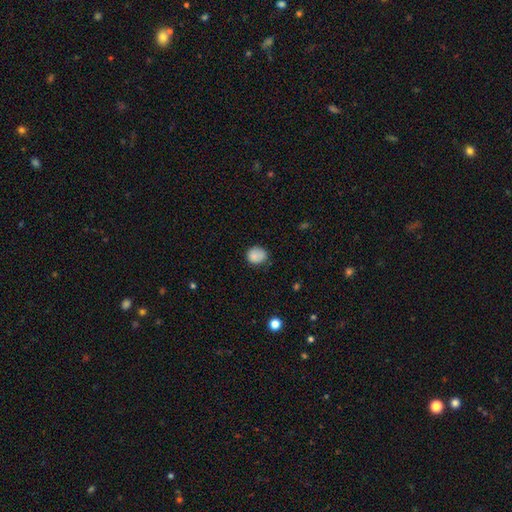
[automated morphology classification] smooth 85%, star or artifact 9%, featured or disk 7%. Down the decision tree: how rounded — round (76%); merging — none (68%).